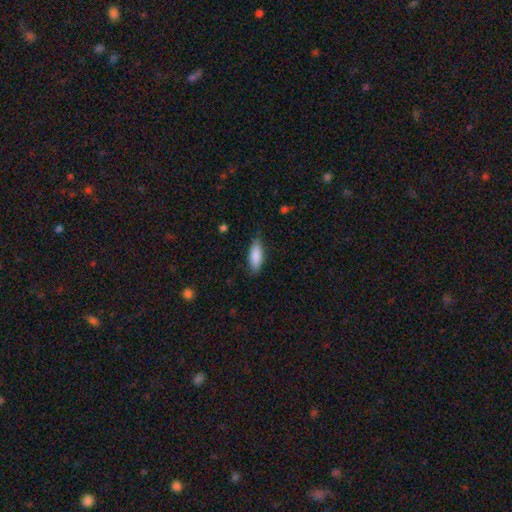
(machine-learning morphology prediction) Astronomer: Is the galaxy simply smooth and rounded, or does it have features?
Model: smooth — 86%.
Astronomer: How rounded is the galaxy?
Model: in between — 71%.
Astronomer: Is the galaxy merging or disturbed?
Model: none — 80%.